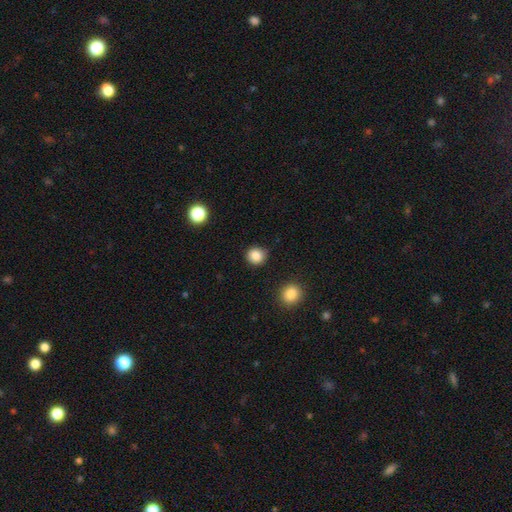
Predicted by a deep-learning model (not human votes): smooth 86%, star or artifact 11%, featured or disk 3%. Down the decision tree: how rounded — round (89%); merging — none (86%).